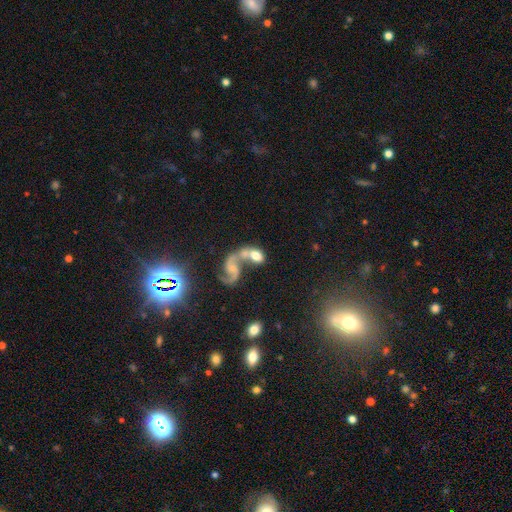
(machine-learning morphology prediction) The model was most divided on "smooth or featured": smooth: 46%, featured or disk: 44%, star or artifact: 10%. More confident: merging — merger (65%).